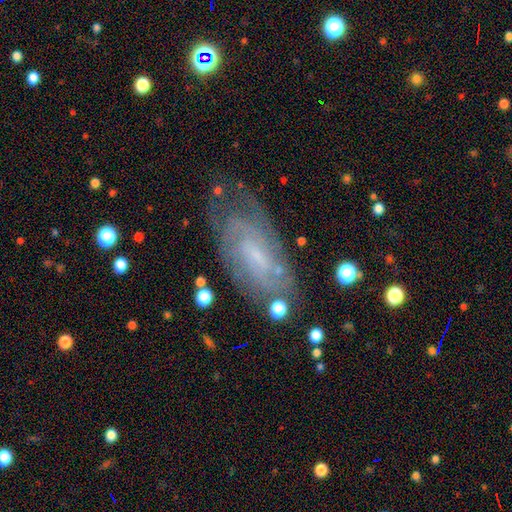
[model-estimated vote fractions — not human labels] This is likely a featured or disk galaxy (76%). It is clearly not viewed edge-on (93%). Bar: possibly no (49%). Spiral arm pattern: clearly yes (92%). Spiral arm count: possibly can't tell (49%). Spiral winding: likely tight (64%). Central bulge: likely small (64%). Merging: likely none (69%).